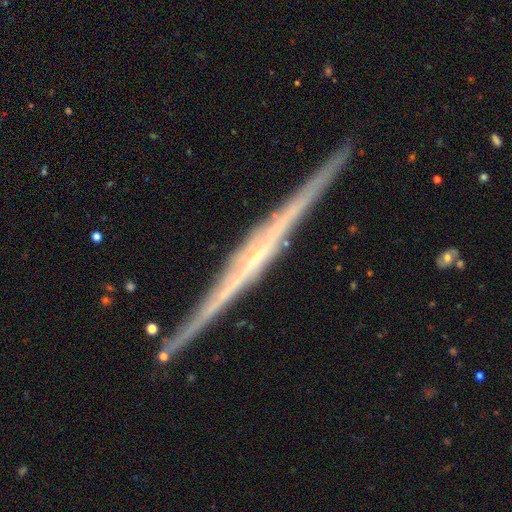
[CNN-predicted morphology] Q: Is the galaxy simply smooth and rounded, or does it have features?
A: featured or disk — 87%.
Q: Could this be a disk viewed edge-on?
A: yes — 98%.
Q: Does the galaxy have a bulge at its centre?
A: none — 37%.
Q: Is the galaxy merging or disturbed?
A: none — 91%.